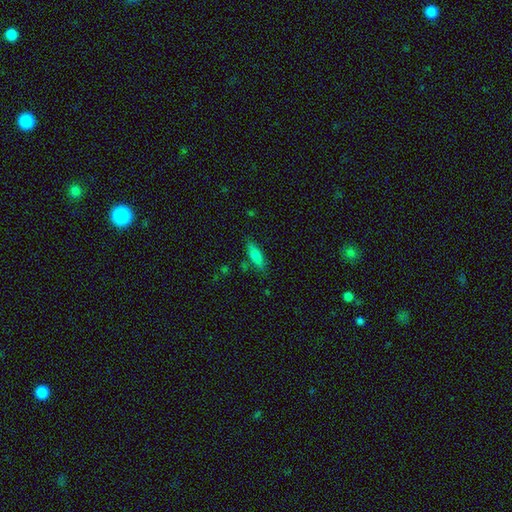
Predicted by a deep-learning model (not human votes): Smooth or featured? smooth (75%)
How rounded? in between (61%)
Merging? none (79%)